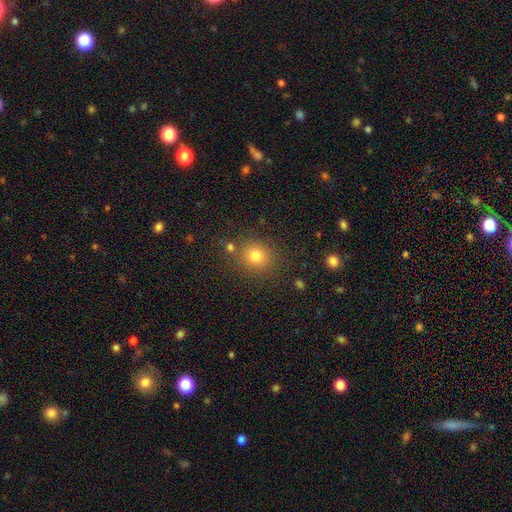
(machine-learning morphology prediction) type=smooth (78%); roundness=round (81%); merging=none (80%).